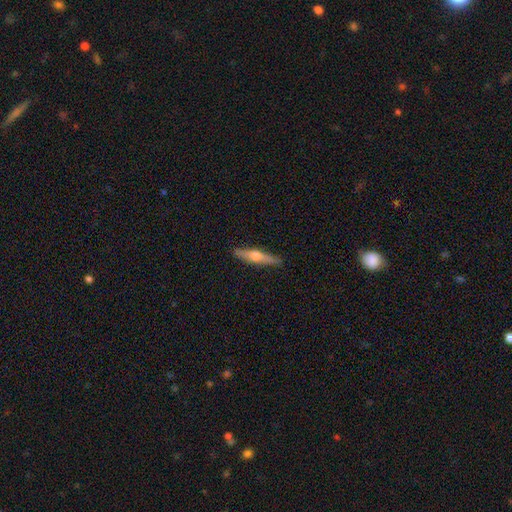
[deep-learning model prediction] Q: Smooth or featured?
A: featured or disk (58%); runner-up: smooth (36%)
Q: Edge-on disk?
A: yes (95%); runner-up: no (5%)
Q: Edge-on bulge?
A: rounded (89%); runner-up: boxy (6%)
Q: Merging?
A: none (89%); runner-up: minor disturbance (8%)